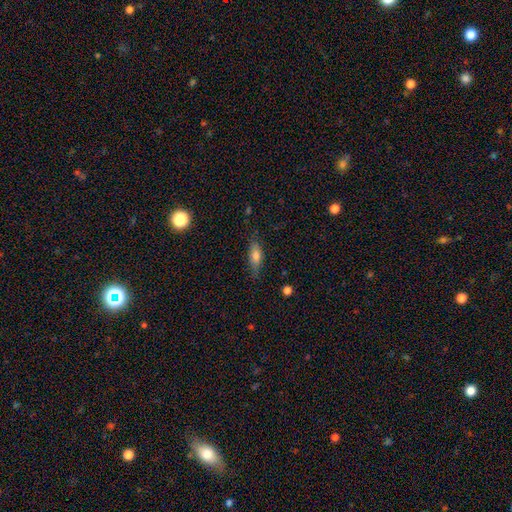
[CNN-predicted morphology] Smooth or featured? smooth (73%)
How rounded? in between (65%)
Merging? none (77%)